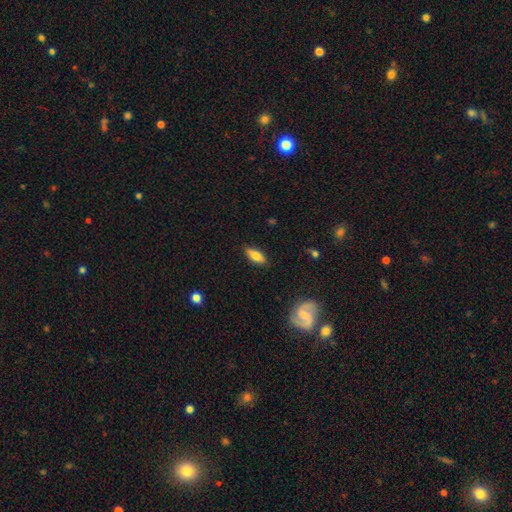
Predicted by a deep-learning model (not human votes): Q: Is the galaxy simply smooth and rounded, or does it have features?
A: smooth — 71%.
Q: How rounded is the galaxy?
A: in between — 76%.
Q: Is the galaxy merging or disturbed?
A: none — 83%.